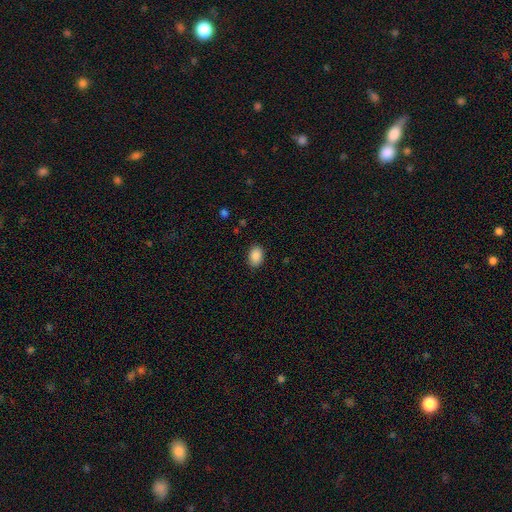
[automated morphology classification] This is clearly a smooth galaxy (89%). How rounded: clearly in between (85%). Merging: clearly none (88%).